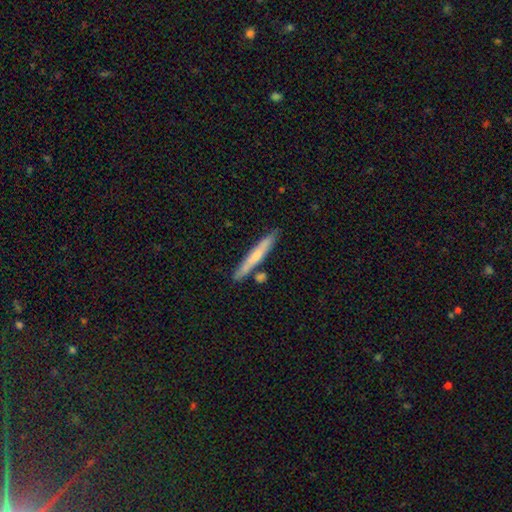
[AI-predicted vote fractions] Smooth or featured? smooth (57%)
How rounded? cigar-shaped (95%)
Merging? none (79%)